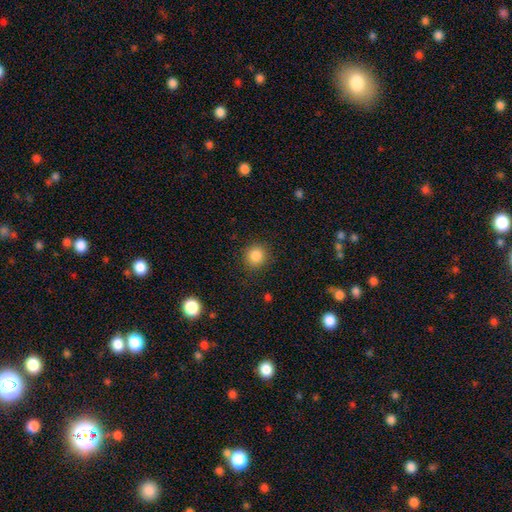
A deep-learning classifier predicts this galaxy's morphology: A smooth galaxy with no disk features (86%) that is round (90%).

Vote fractions:
- Smooth or featured? smooth: 86% / star or artifact: 10% / featured or disk: 4%
- How rounded? round: 90% / in between: 9% / cigar-shaped: 1%
- Merging? none: 88% / minor disturbance: 8% / major disturbance: 3% / merger: 1%